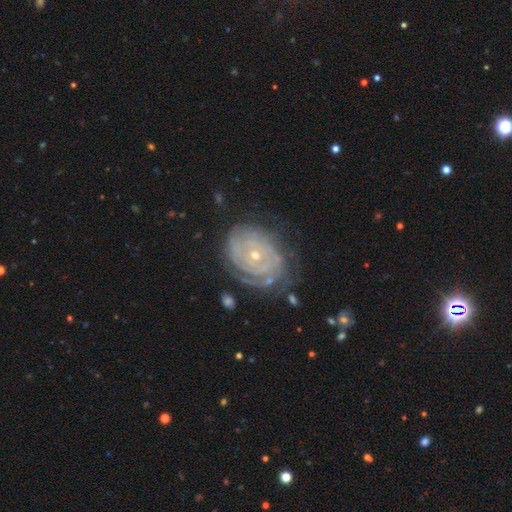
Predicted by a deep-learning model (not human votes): Morphology: type=featured or disk (84%); edge-on=no (97%); bar=no (79%); spiral arms=yes (92%); winding=tight (83%); arm count=can't tell (42%); bulge=small (69%); merging=none (69%).